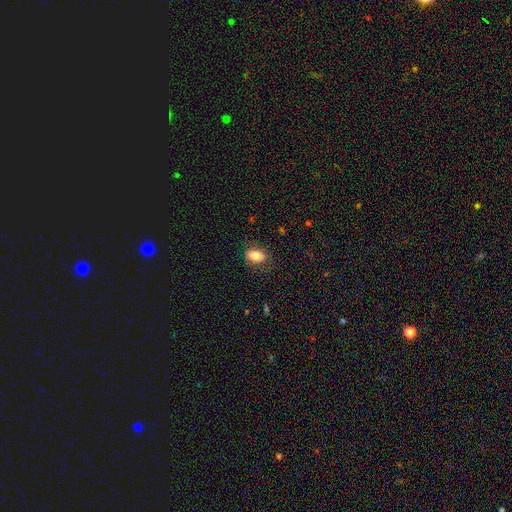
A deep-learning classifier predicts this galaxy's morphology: A smooth galaxy with no disk features (81%) that is in between round and cigar-shaped (85%). Merging: none (78%).